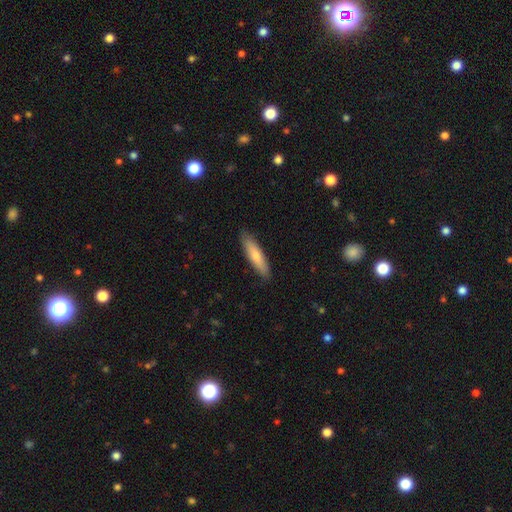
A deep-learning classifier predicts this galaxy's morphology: Overall: smooth (75%). How rounded: cigar-shaped (74%). Merging: none (88%).